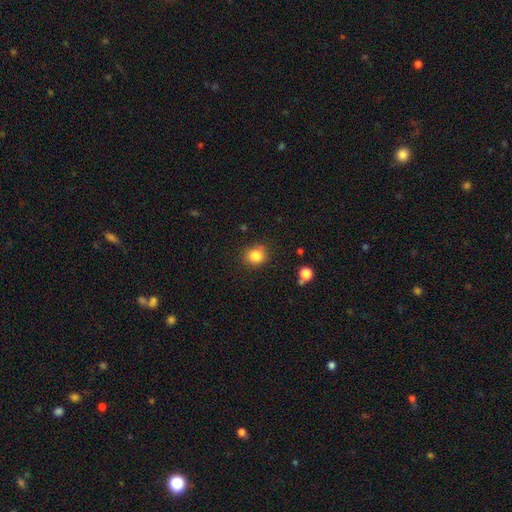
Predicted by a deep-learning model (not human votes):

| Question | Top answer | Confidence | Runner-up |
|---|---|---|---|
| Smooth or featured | smooth | 85% | star or artifact (11%) |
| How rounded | round | 73% | in between (26%) |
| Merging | none | 81% | minor disturbance (13%) |